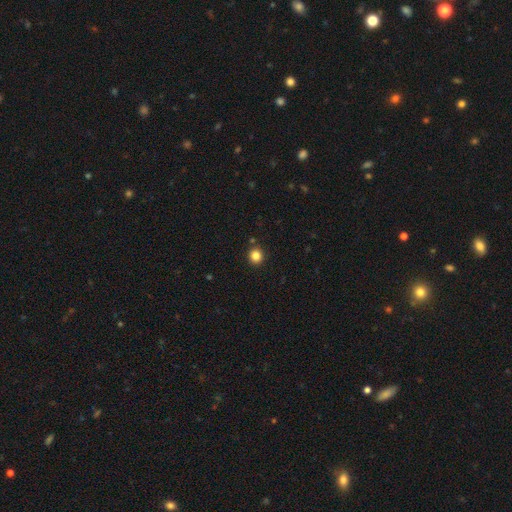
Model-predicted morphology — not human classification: Q: Smooth or featured?
A: smooth (84%); runner-up: star or artifact (12%)
Q: How rounded?
A: round (90%); runner-up: in between (9%)
Q: Merging?
A: none (89%); runner-up: minor disturbance (6%)